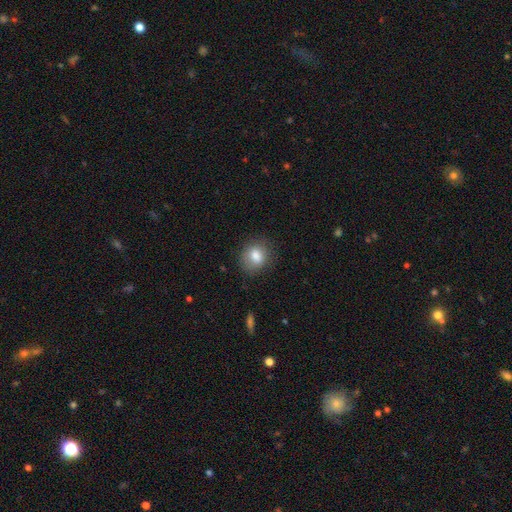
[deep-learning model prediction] smooth_or_featured: smooth (p=0.81) [alt: featured or disk p=0.10]
how_rounded: round (p=0.61) [alt: in between p=0.38]
merging: none (p=0.77) [alt: minor disturbance p=0.16]